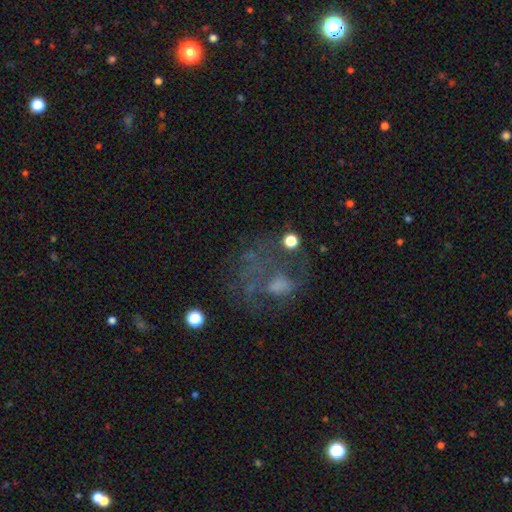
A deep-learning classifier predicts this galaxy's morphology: The model was most divided on "merging": none: 39%, major disturbance: 38%, minor disturbance: 16%, merger: 7%. More confident: edge-on disk — no (97%); smooth or featured — featured or disk (50%).